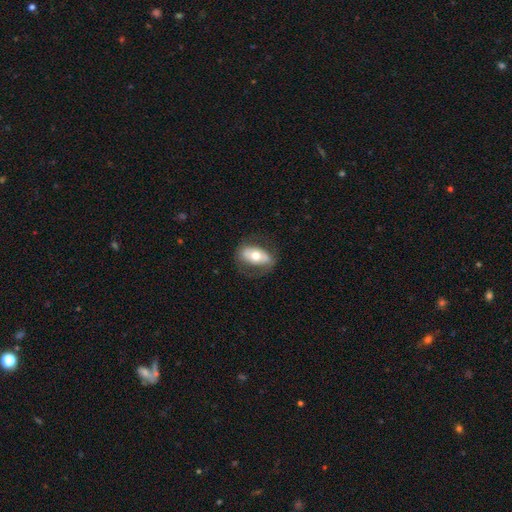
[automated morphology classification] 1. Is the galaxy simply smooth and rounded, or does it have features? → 52% smooth, 41% featured or disk, 6% star or artifact.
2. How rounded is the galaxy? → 87% in between, 8% round, 5% cigar-shaped.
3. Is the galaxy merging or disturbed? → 70% none, 19% minor disturbance, 10% major disturbance, 1% merger.